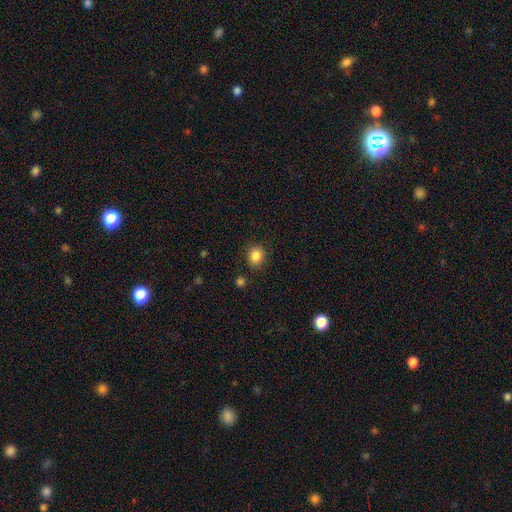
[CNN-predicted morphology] The model was most divided on "how rounded": round: 74%, in between: 26%, cigar-shaped: 1%. More confident: merging — none (86%); smooth or featured — smooth (86%).